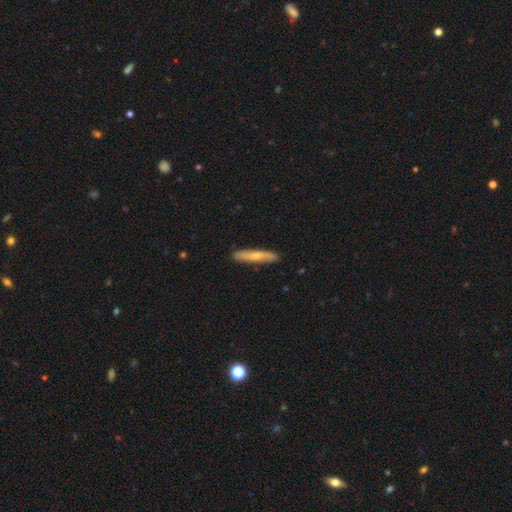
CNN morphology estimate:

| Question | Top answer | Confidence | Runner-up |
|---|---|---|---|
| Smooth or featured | smooth | 61% | featured or disk (33%) |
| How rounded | cigar-shaped | 92% | in between (7%) |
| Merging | none | 88% | minor disturbance (9%) |